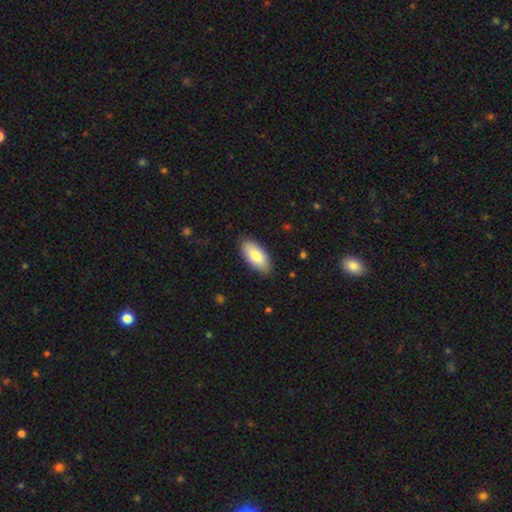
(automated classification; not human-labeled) Overall: smooth (82%). How rounded: in between (93%). Merging: none (88%).